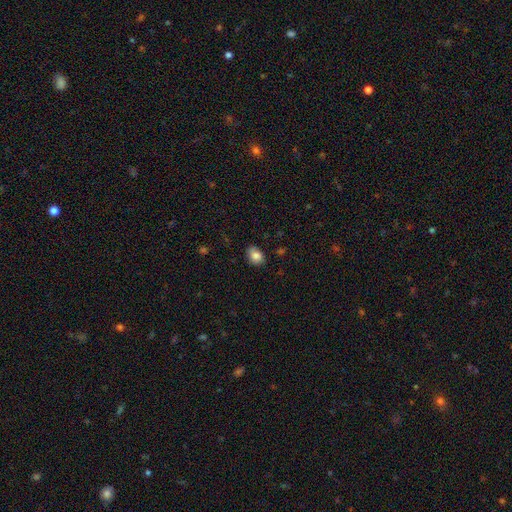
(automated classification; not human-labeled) Smooth or featured: smooth — 83% (star or artifact — 8%)
How rounded: in between — 70% (round — 29%)
Merging: none — 77% (minor disturbance — 18%)